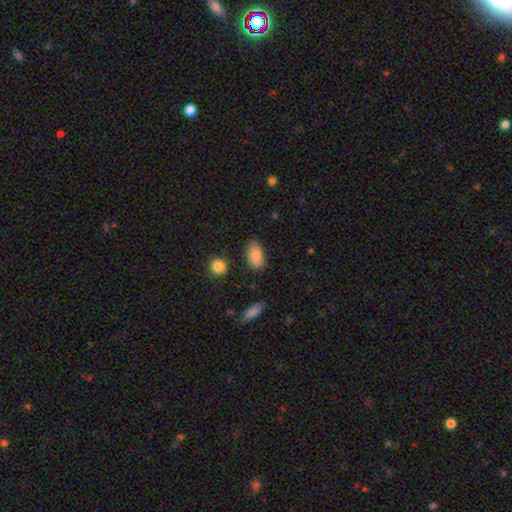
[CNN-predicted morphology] The model was most divided on "merging": none: 82%, minor disturbance: 13%, major disturbance: 3%, merger: 2%. More confident: how rounded — in between (93%); smooth or featured — smooth (87%).